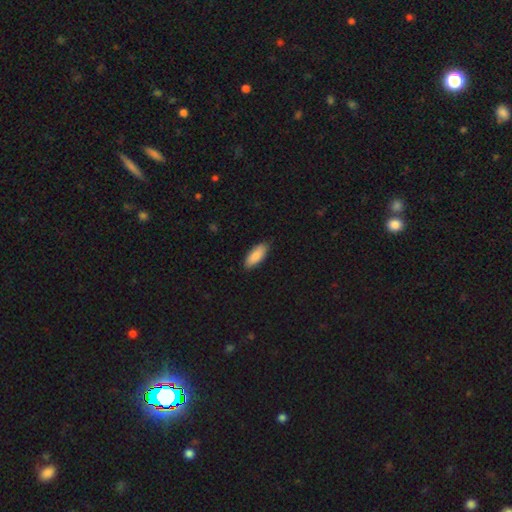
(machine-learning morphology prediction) smooth 89%, star or artifact 6%, featured or disk 5%. Down the decision tree: how rounded — in between (79%); merging — none (87%).